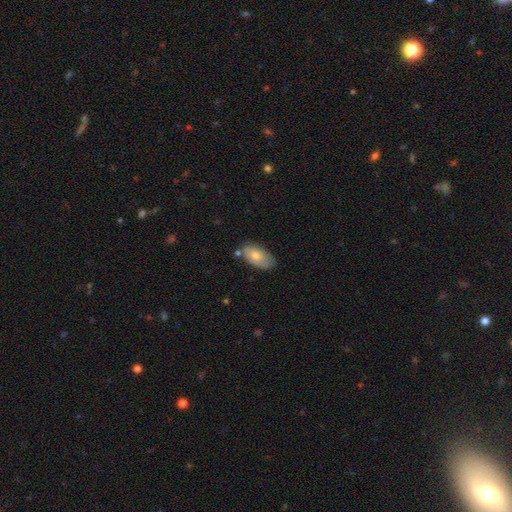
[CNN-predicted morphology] Smooth or featured?
  - smooth: 75% *
  - featured or disk: 18%
  - star or artifact: 6%
How rounded?
  - in between: 94% *
  - round: 4%
  - cigar-shaped: 3%
Merging?
  - none: 68% *
  - minor disturbance: 21%
  - merger: 6%
  - major disturbance: 4%